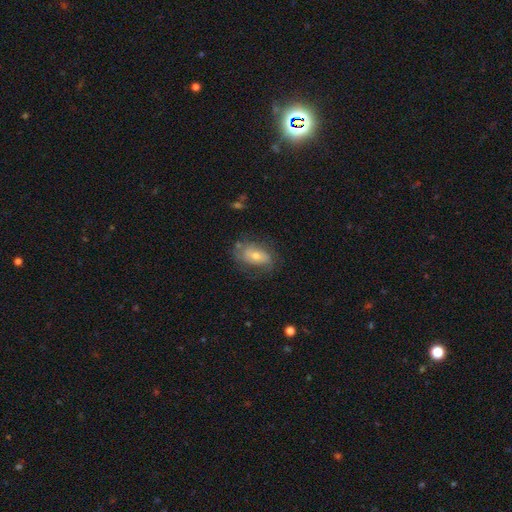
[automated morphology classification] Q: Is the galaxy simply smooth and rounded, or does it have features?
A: featured or disk — 53%.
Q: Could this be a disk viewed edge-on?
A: no — 92%.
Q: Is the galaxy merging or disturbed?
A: none — 62%.